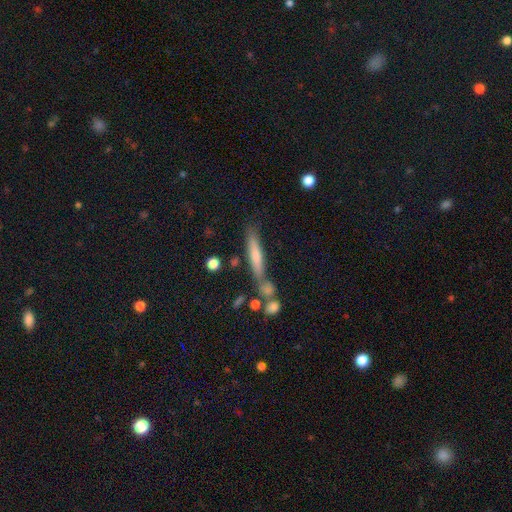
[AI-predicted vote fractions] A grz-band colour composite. It shows a smooth galaxy with no disk features (57%) that is cigar-shaped (91%). Merging: none (62%).